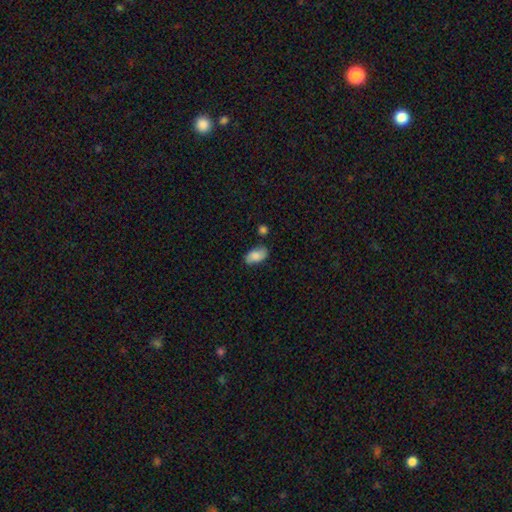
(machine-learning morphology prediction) Overall: smooth (76%). How rounded: in between (93%). Merging: none (72%).